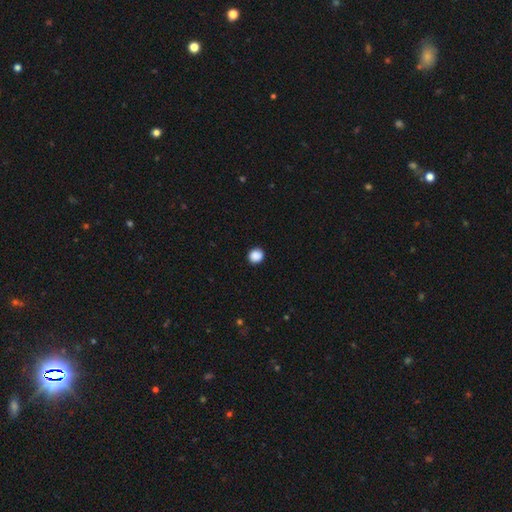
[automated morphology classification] A smooth galaxy with no disk features (89%) that is round (88%).

Vote fractions:
- Smooth or featured? smooth: 89% / star or artifact: 9% / featured or disk: 2%
- How rounded? round: 88% / in between: 11% / cigar-shaped: 1%
- Merging? none: 92% / minor disturbance: 6% / major disturbance: 2% / merger: 1%